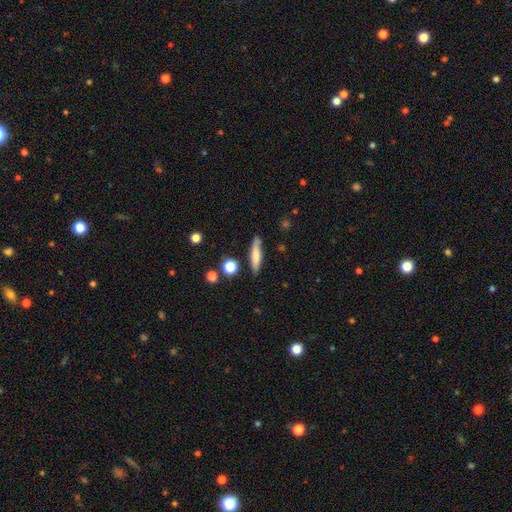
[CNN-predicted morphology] smooth-or-featured: smooth: 71% | featured or disk: 22% | star or artifact: 7%
  how-rounded: cigar-shaped: 82% | in between: 16% | round: 2%
  merging: none: 80% | minor disturbance: 13% | merger: 4% | major disturbance: 3%